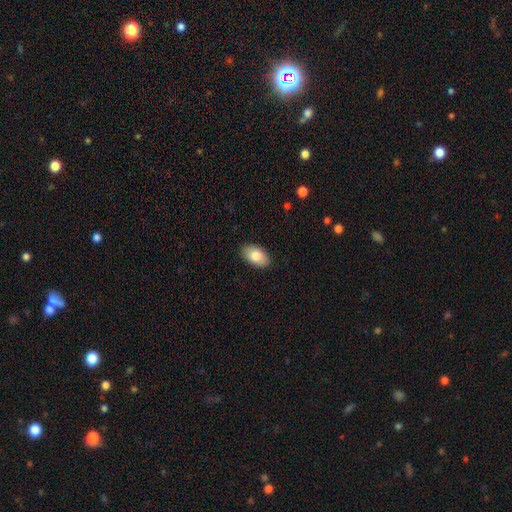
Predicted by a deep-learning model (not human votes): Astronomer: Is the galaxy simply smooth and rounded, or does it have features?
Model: smooth — 82%.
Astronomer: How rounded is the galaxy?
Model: in between — 94%.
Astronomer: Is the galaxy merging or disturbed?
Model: none — 89%.